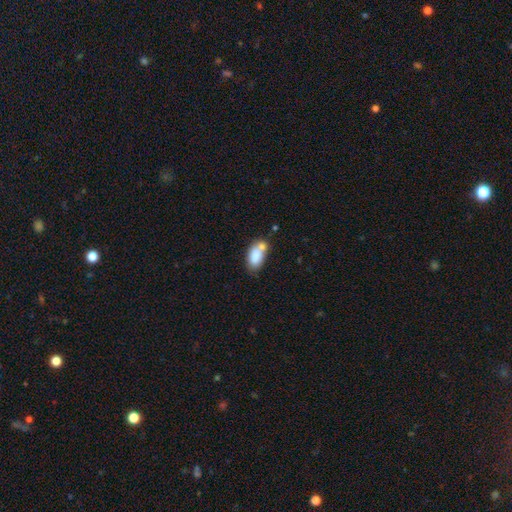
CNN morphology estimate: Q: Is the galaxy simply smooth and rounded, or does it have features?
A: smooth — 81%.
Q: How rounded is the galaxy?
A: in between — 90%.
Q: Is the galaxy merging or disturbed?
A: none — 45%.